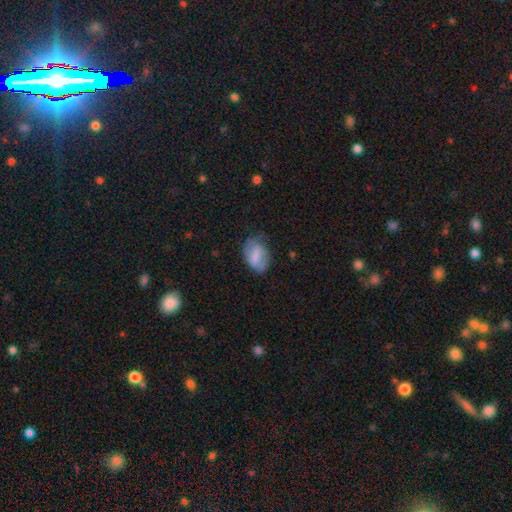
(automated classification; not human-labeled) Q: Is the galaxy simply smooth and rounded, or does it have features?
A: smooth — 62%.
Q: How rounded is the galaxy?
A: in between — 86%.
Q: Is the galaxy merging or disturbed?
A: none — 58%.